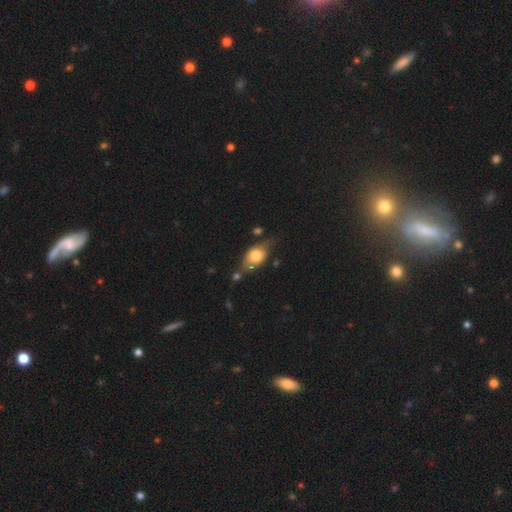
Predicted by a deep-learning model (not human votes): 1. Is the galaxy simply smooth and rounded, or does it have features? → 65% smooth, 28% featured or disk, 7% star or artifact.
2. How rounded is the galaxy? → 79% in between, 15% round, 6% cigar-shaped.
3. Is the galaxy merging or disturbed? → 54% none, 27% minor disturbance, 11% merger, 9% major disturbance.